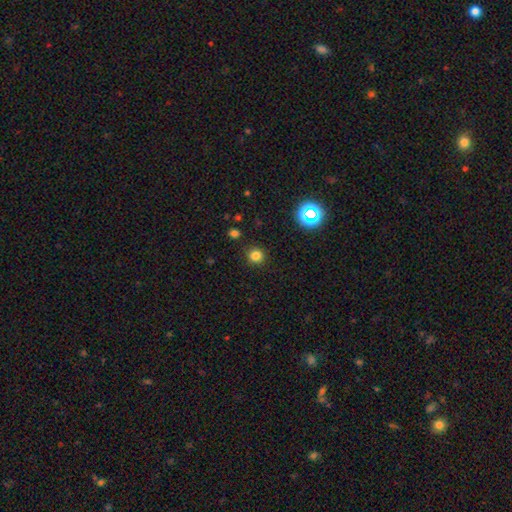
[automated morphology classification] smooth_or_featured: smooth (p=0.79) [alt: star or artifact p=0.16]
how_rounded: round (p=0.92) [alt: in between p=0.07]
merging: none (p=0.91) [alt: minor disturbance p=0.06]